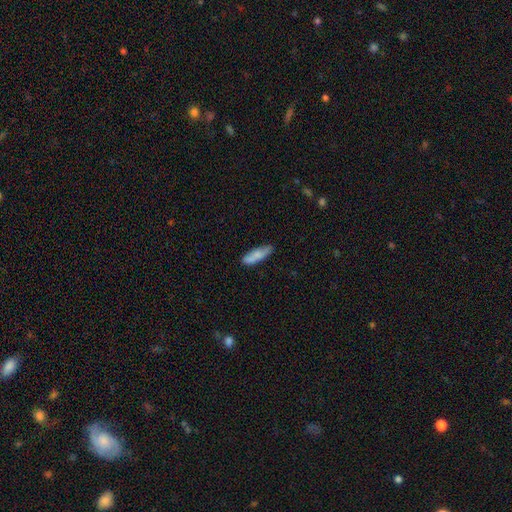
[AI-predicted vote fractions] Smooth or featured: smooth — 76% (featured or disk — 17%)
How rounded: cigar-shaped — 53% (in between — 45%)
Merging: none — 69% (minor disturbance — 21%)